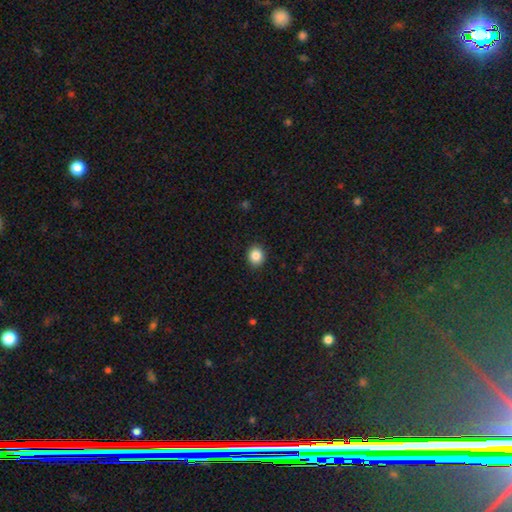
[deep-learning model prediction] Q: Smooth or featured?
A: smooth (85%); runner-up: star or artifact (10%)
Q: How rounded?
A: round (78%); runner-up: in between (22%)
Q: Merging?
A: none (91%); runner-up: minor disturbance (6%)